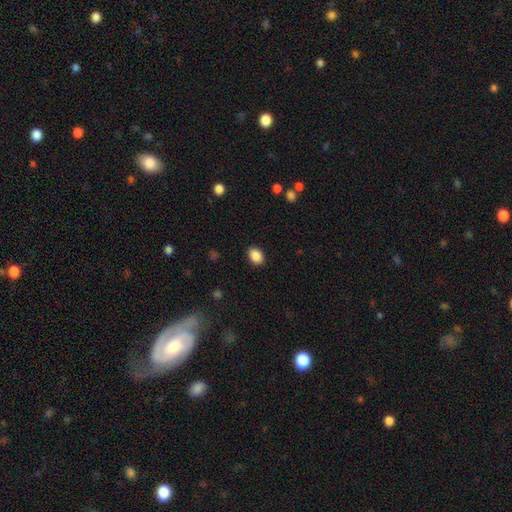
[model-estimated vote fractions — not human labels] Morphology: type=smooth (88%); roundness=in between (70%); merging=none (89%).